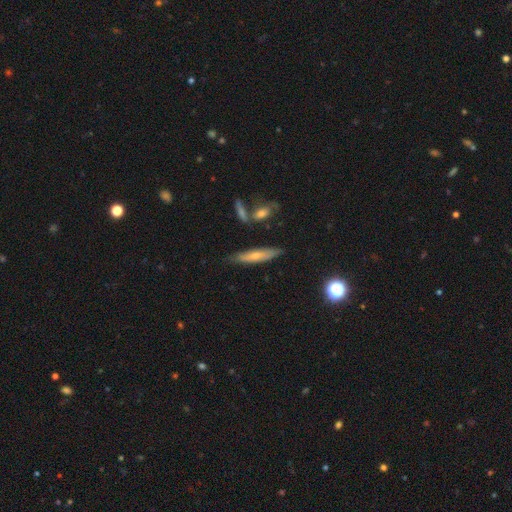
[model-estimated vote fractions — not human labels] Smooth or featured? Predicted: smooth (p=0.60). How rounded? Predicted: cigar-shaped (p=0.83). Merging? Predicted: none (p=0.77).